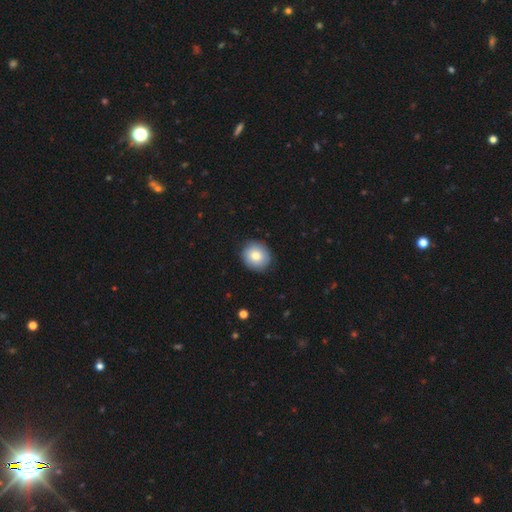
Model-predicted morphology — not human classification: smooth_or_featured: smooth (p=0.78) [alt: featured or disk p=0.14]
how_rounded: round (p=0.86) [alt: in between p=0.13]
merging: none (p=0.88) [alt: minor disturbance p=0.09]